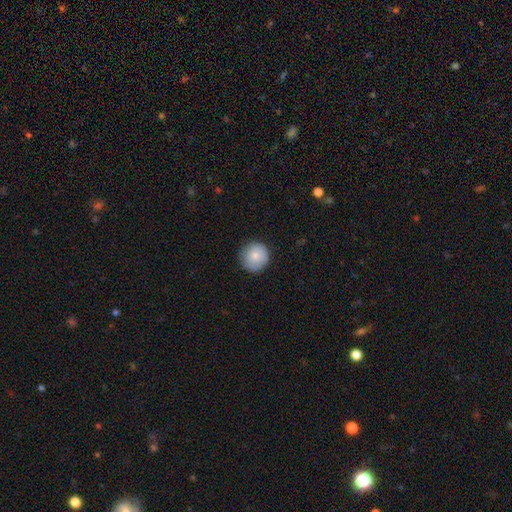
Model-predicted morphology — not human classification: Q: Smooth or featured?
A: smooth (81%); runner-up: featured or disk (12%)
Q: How rounded?
A: round (94%); runner-up: in between (6%)
Q: Merging?
A: none (84%); runner-up: minor disturbance (12%)